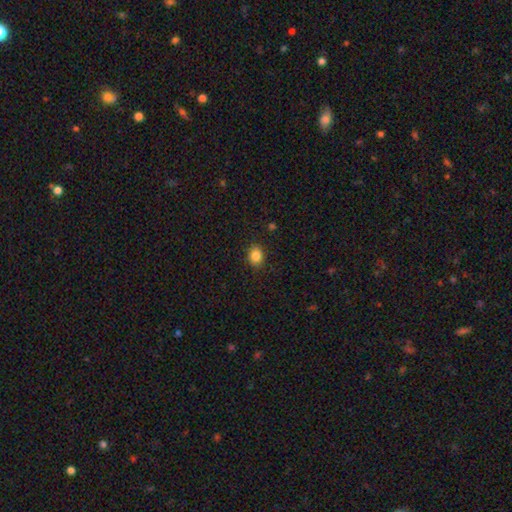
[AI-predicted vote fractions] smooth 85%, star or artifact 10%, featured or disk 4%. Down the decision tree: how rounded — round (55%); merging — none (89%).